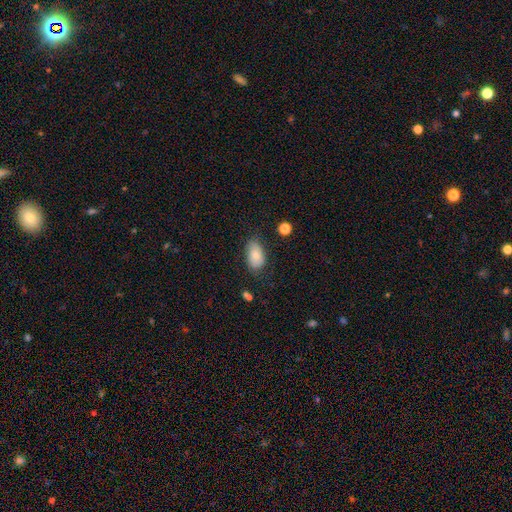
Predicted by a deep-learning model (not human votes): smooth 75%, featured or disk 17%, star or artifact 8%. Down the decision tree: how rounded — in between (91%); merging — none (67%).